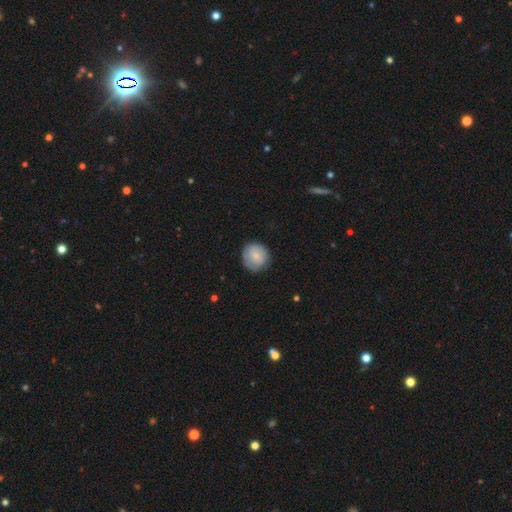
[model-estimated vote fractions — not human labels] Smooth or featured: smooth — 77% (featured or disk — 17%)
How rounded: round — 90% (in between — 9%)
Merging: none — 82% (minor disturbance — 13%)